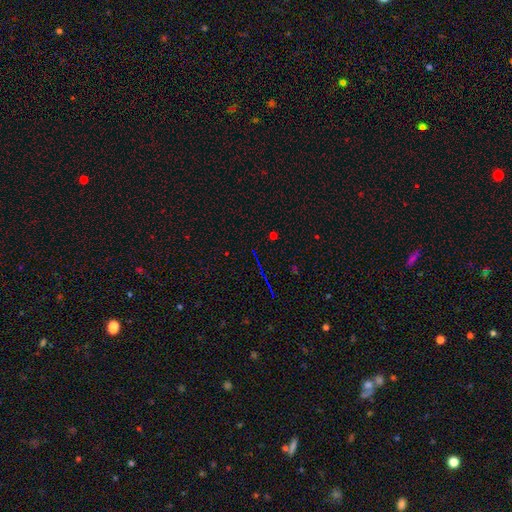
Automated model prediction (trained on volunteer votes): A star or artifact, not a galaxy (73%).